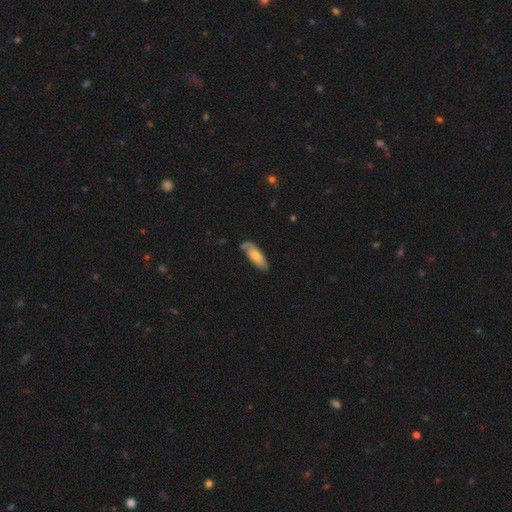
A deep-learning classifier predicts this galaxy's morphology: type=smooth (55%); roundness=in between (74%); merging=none (69%).